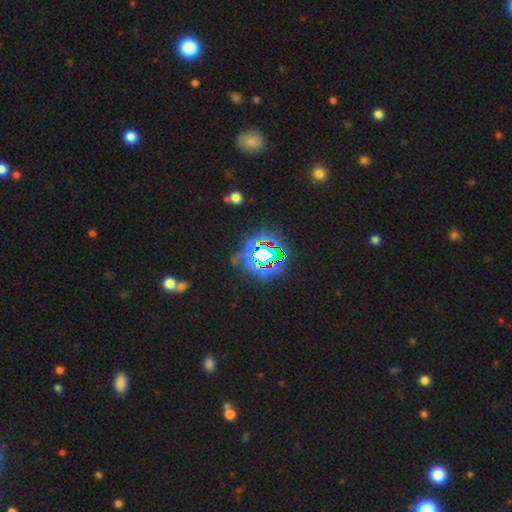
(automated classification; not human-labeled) Smooth or featured? star or artifact (81%)